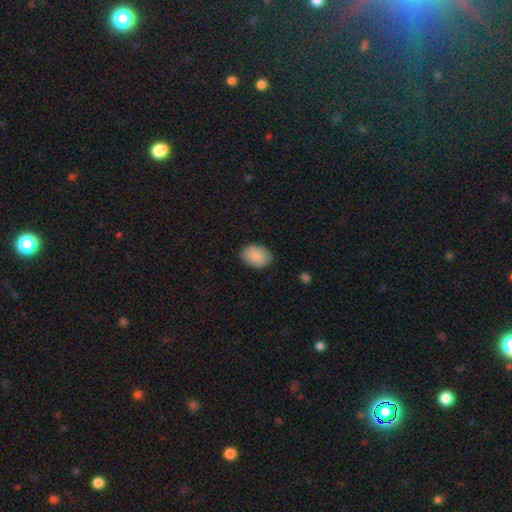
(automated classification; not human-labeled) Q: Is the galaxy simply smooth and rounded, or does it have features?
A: smooth — 89%.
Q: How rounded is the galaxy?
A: in between — 84%.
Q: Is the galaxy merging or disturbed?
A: none — 83%.